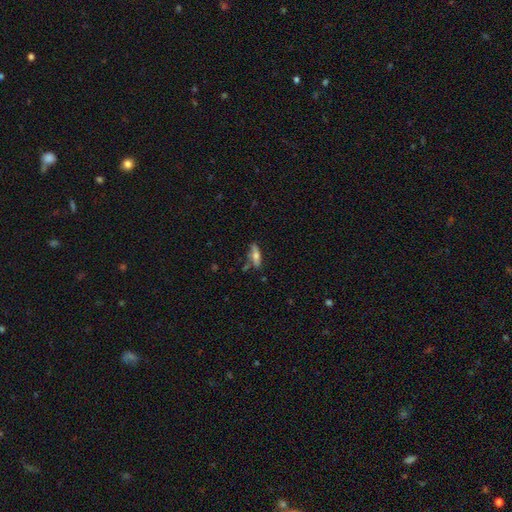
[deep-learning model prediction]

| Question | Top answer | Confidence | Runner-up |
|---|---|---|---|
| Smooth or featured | smooth | 60% | featured or disk (33%) |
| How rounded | in between | 49% | cigar-shaped (48%) |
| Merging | none | 67% | minor disturbance (20%) |